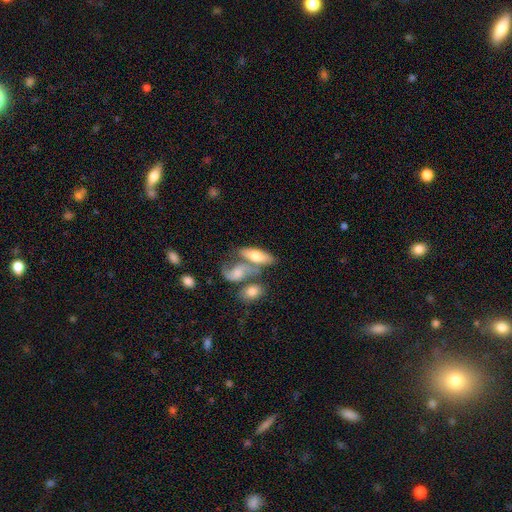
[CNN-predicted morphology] smooth 60%, featured or disk 33%, star or artifact 7%. Down the decision tree: how rounded — in between (73%); merging — merger (44%).